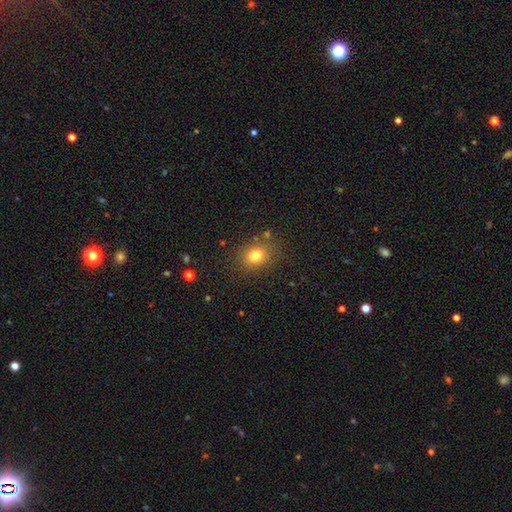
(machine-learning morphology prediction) Overall: smooth (78%). How rounded: round (58%; in between 41%). Merging: none (82%).